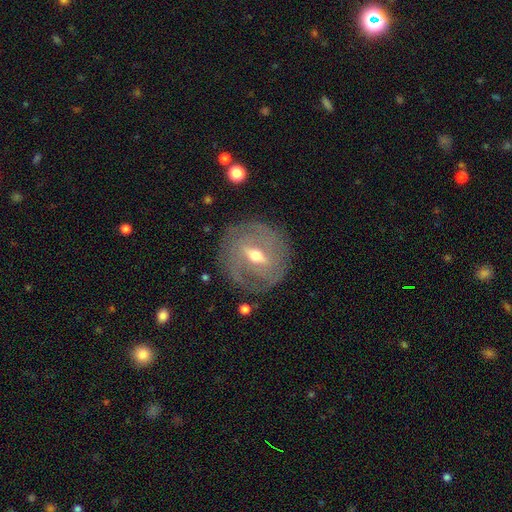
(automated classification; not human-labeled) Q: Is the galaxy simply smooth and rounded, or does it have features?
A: featured or disk — 79%.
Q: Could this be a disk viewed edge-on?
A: no — 88%.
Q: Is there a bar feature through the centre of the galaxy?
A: strong — 47%.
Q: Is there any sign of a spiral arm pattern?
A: yes — 70%.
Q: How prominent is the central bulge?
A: moderate — 67%.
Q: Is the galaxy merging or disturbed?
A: none — 80%.